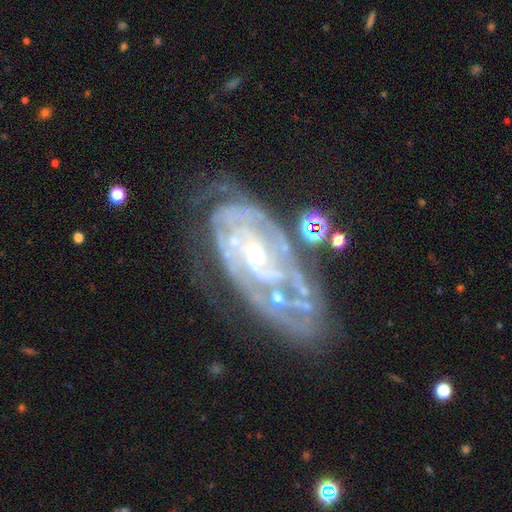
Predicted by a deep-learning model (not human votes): This is clearly a featured or disk galaxy (86%). It is clearly not viewed edge-on (95%). Bar: possibly no (54%). Spiral arm pattern: clearly yes (93%). Spiral arm count: marginally can't tell (36%). Spiral winding: likely tight (70%). Central bulge: likely small (66%). Merging: possibly none (54%).